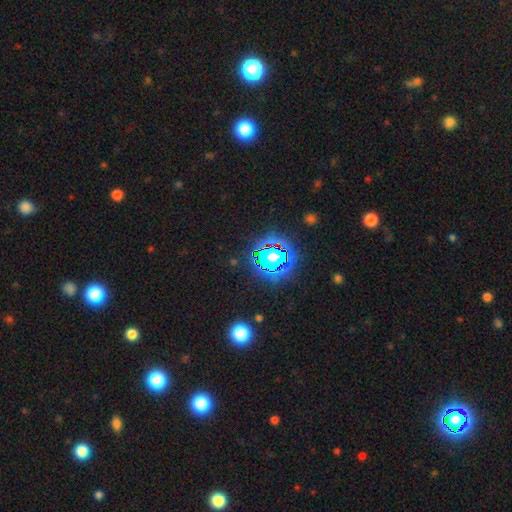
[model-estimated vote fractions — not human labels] A star or artifact, not a galaxy (80%).

Vote fractions:
- Smooth or featured? star or artifact: 80% / smooth: 13% / featured or disk: 7%